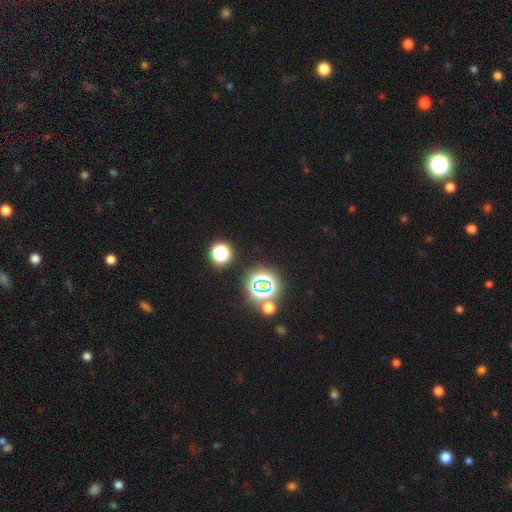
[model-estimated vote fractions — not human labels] This appears to be a star or artifact, not a galaxy (74%).